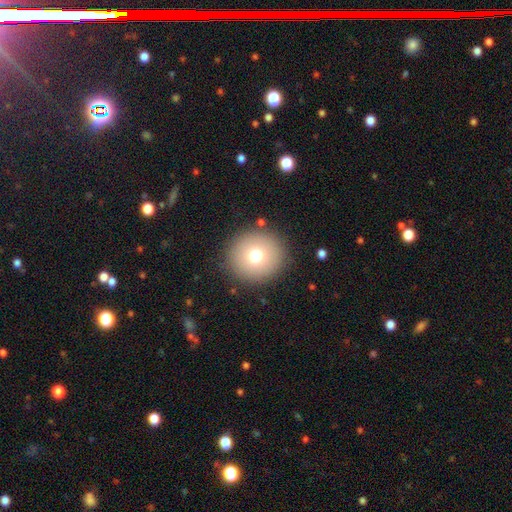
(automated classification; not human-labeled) Overall: smooth (72%). How rounded: round (95%). Merging: none (89%).